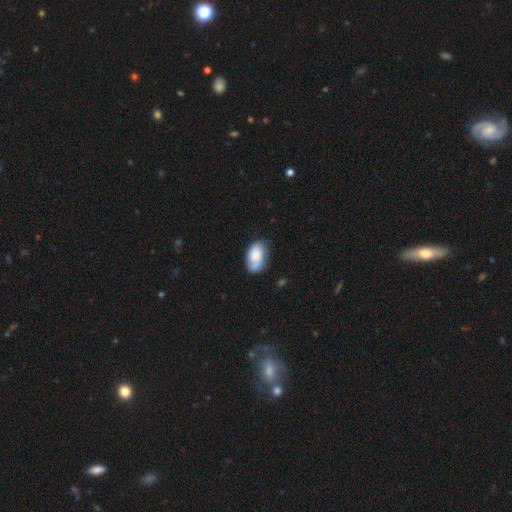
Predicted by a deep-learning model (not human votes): Morphology: type=smooth (69%); roundness=in between (91%); merging=none (53%).